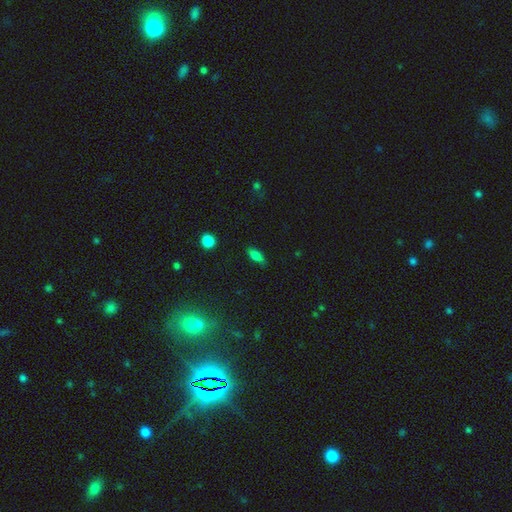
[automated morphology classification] Smooth or featured: smooth — 80% (star or artifact — 11%)
How rounded: in between — 74% (cigar-shaped — 23%)
Merging: none — 80% (minor disturbance — 15%)